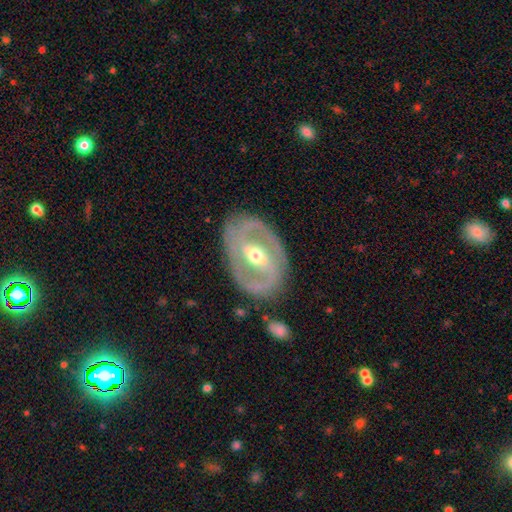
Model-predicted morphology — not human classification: Smooth or featured? Predicted: featured or disk (p=0.85). Edge-on disk? Predicted: no (p=0.95). Bar? Predicted: strong (p=0.40). Spiral arms? Predicted: yes (p=0.82). Spiral winding? Predicted: tight (p=0.45). Spiral arm count? Predicted: 2 (p=0.81). Bulge size? Predicted: moderate (p=0.62). Merging? Predicted: none (p=0.80).